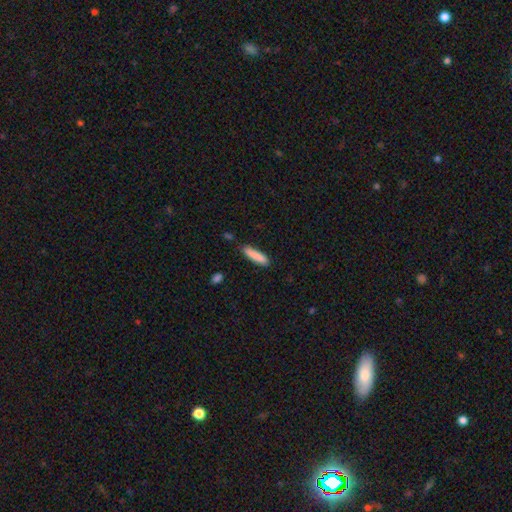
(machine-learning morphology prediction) Q: Smooth or featured?
A: smooth (87%); runner-up: featured or disk (7%)
Q: How rounded?
A: cigar-shaped (79%); runner-up: in between (20%)
Q: Merging?
A: none (85%); runner-up: minor disturbance (11%)